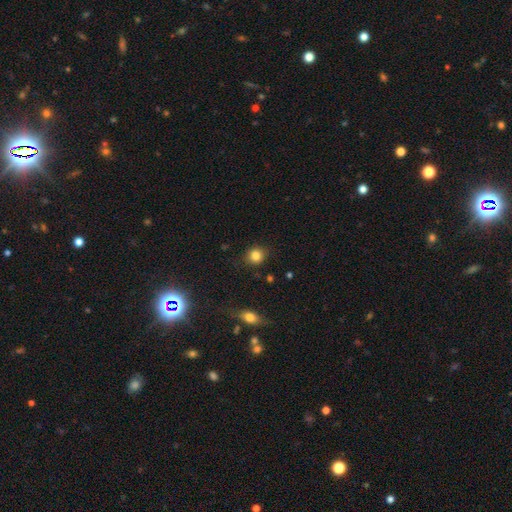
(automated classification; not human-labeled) smooth_or_featured: smooth (p=0.83) [alt: star or artifact p=0.11]
how_rounded: round (p=0.83) [alt: in between p=0.16]
merging: none (p=0.86) [alt: minor disturbance p=0.10]